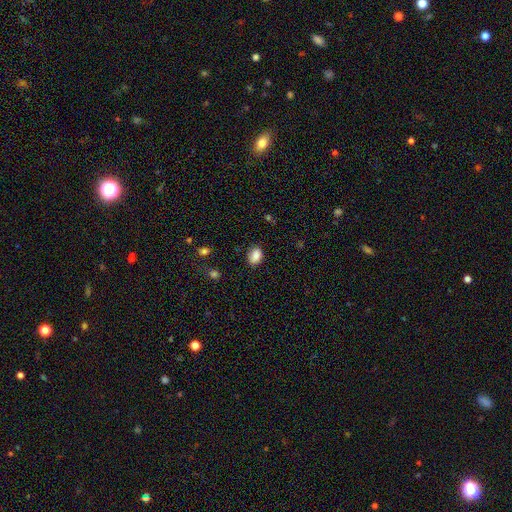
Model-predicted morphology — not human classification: Overall: smooth (85%). How rounded: in between (72%). Merging: none (78%).